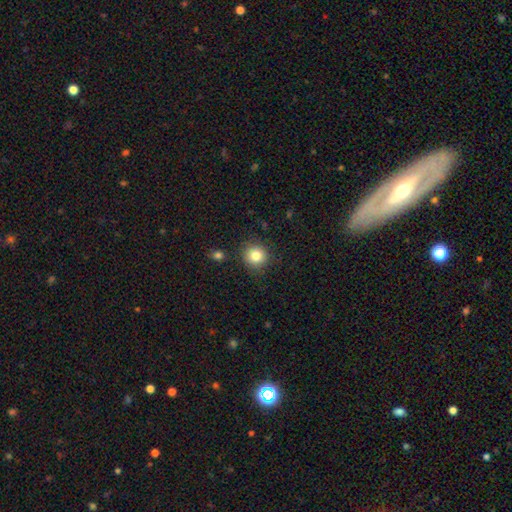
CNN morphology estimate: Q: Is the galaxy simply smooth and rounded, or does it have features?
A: smooth — 82%.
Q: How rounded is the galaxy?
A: round — 91%.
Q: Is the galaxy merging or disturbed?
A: none — 87%.